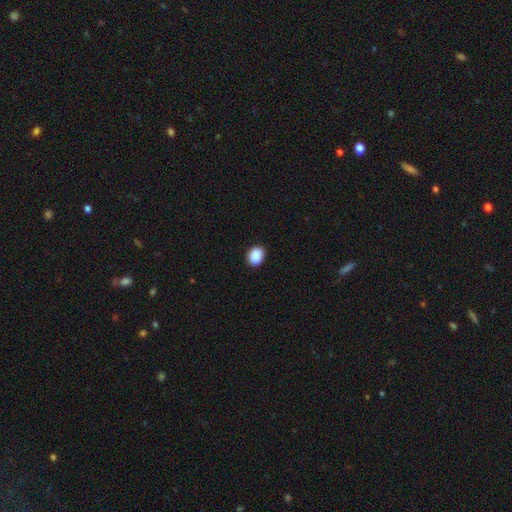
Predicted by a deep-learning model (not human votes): Smooth or featured?
  - smooth: 90% *
  - star or artifact: 8%
  - featured or disk: 2%
How rounded?
  - round: 50% *
  - in between: 49%
  - cigar-shaped: 1%
Merging?
  - none: 91% *
  - minor disturbance: 6%
  - major disturbance: 2%
  - merger: 1%